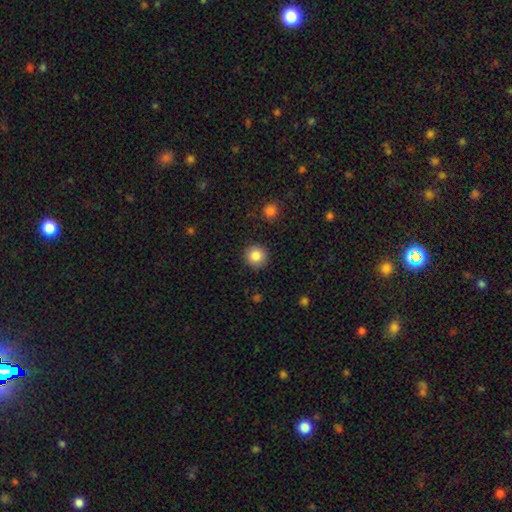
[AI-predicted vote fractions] Smooth or featured? Predicted: smooth (p=0.85). How rounded? Predicted: round (p=0.94). Merging? Predicted: none (p=0.92).